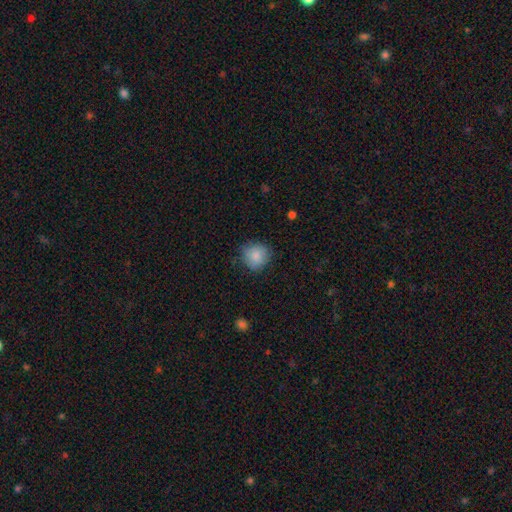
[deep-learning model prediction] A smooth galaxy with no disk features (84%) that is round (88%). Merging: none (77%).